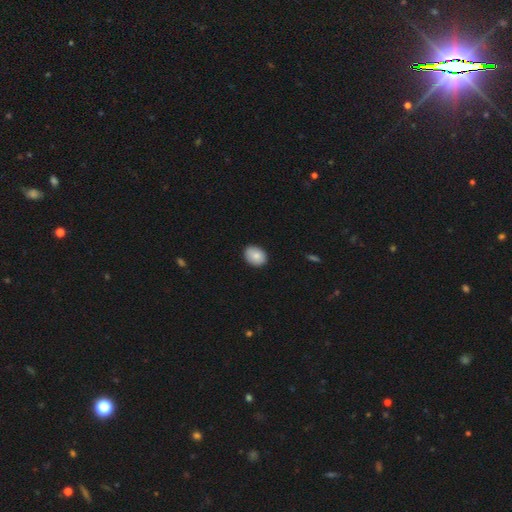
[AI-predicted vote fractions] Smooth or featured? smooth (84%)
How rounded? in between (51%)
Merging? none (88%)